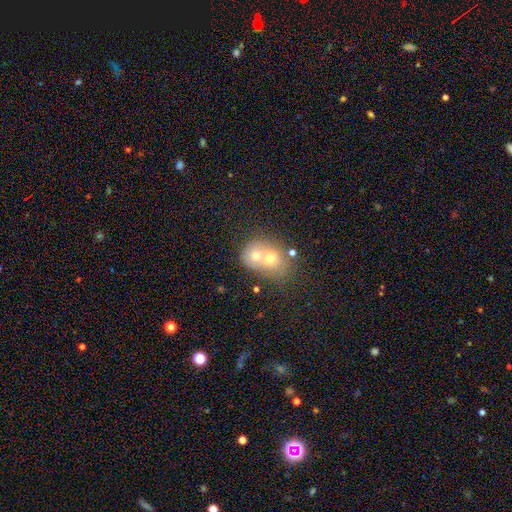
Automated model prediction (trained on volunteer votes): This appears to be a smooth galaxy with no disk features (62%) that is round (62%). Merging: merger (72%).